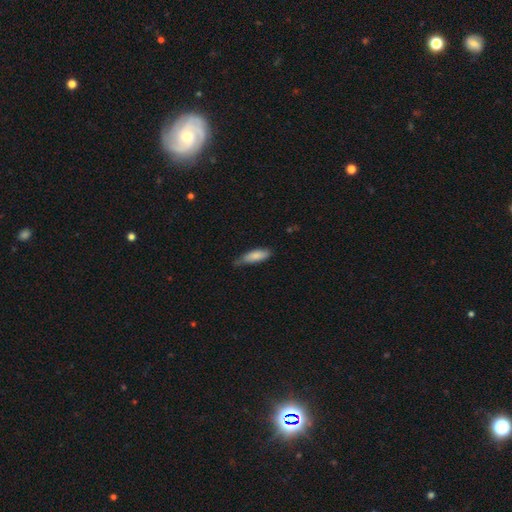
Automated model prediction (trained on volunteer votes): smooth-or-featured: smooth: 83% | featured or disk: 11% | star or artifact: 6%
  how-rounded: in between: 57% | cigar-shaped: 42% | round: 2%
  merging: none: 60% | minor disturbance: 33% | major disturbance: 5% | merger: 3%